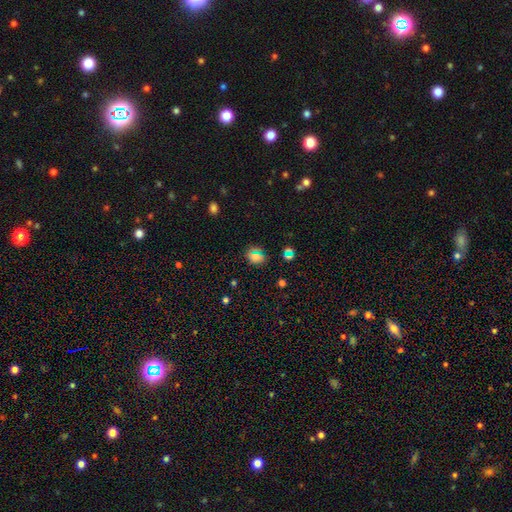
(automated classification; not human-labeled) Smooth or featured: smooth — 58% (star or artifact — 32%)
How rounded: round — 61% (in between — 37%)
Merging: none — 78% (minor disturbance — 13%)